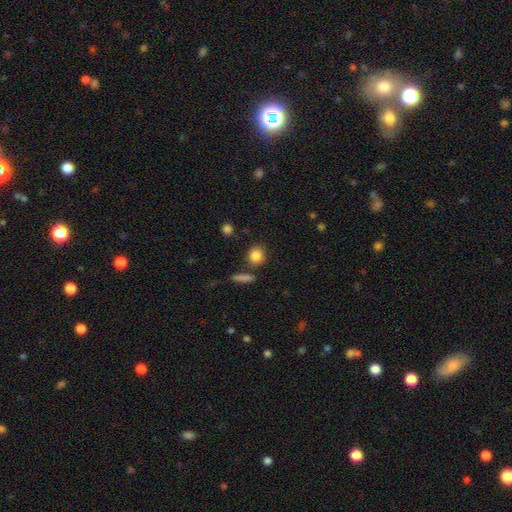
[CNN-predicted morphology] This appears to be a smooth galaxy with no disk features (86%) that is round (74%). Merging: none (78%).